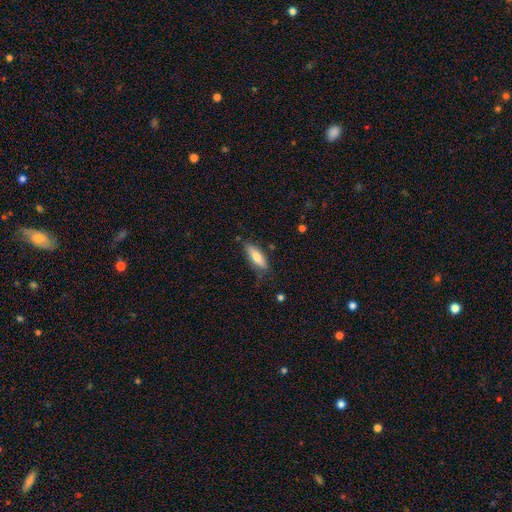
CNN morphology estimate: type=smooth (73%); roundness=in between (53%); merging=none (75%).